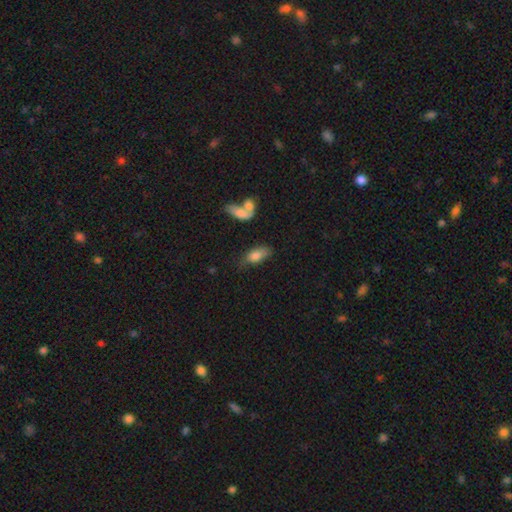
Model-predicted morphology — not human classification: Q: Smooth or featured?
A: smooth (77%); runner-up: featured or disk (15%)
Q: How rounded?
A: in between (82%); runner-up: cigar-shaped (13%)
Q: Merging?
A: none (55%); runner-up: minor disturbance (25%)